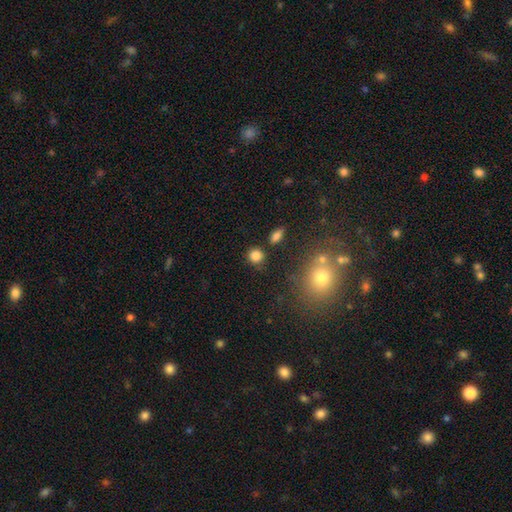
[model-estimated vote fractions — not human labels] Overall: smooth (83%). How rounded: round (88%). Merging: none (82%).